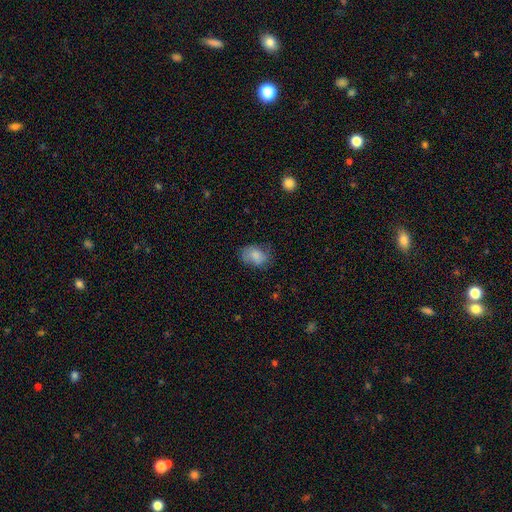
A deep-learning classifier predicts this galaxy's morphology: This appears to be a smooth galaxy with no disk features (75%) that is in between round and cigar-shaped (75%). Merging: none (63%).